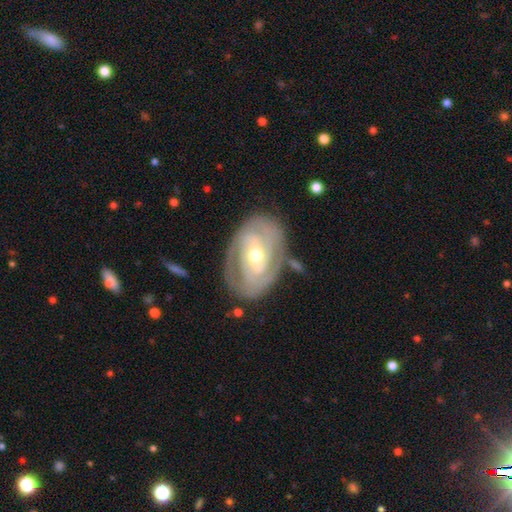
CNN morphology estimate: smooth-or-featured: featured or disk: 85% | smooth: 10% | star or artifact: 5%
  disk-edge-on: no: 96% | yes: 4%
    bar: no: 51% | weak: 35% | strong: 15%
    has-spiral-arms: yes: 91% | no: 9%
      spiral-winding: tight: 72% | medium: 23% | loose: 6%
      spiral-arm-count: 2: 46% | can't tell: 26% | 3: 16% | 4: 4% | 1: 4% | more than 4: 3%
    bulge-size: moderate: 65% | small: 30% | large: 3% | dominant: 1% | none: 1%
  merging: none: 74% | minor disturbance: 17% | major disturbance: 6% | merger: 3%